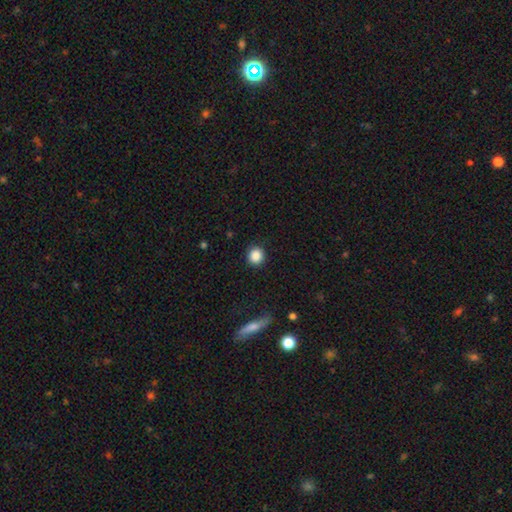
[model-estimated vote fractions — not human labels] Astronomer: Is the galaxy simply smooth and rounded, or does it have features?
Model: smooth — 87%.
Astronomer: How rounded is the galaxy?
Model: round — 91%.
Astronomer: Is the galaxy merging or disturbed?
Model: none — 90%.